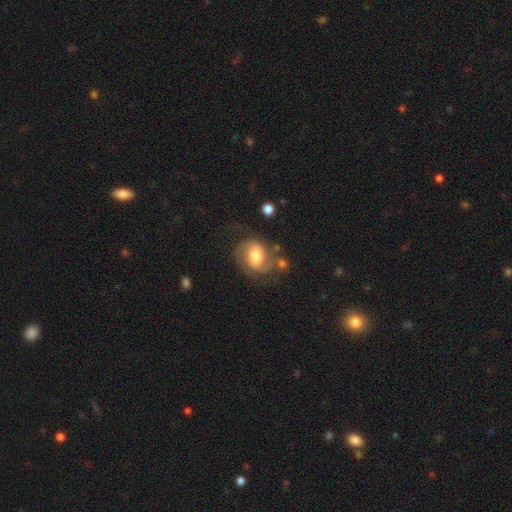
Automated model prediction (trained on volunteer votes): This is likely a featured or disk galaxy (68%). It is clearly not viewed edge-on (97%). Bar: possibly weak (46%). Spiral arm pattern: clearly yes (89%). Spiral arm count: clearly 2 (84%). Spiral winding: possibly medium (51%). Central bulge: likely moderate (61%). Merging: possibly none (58%).